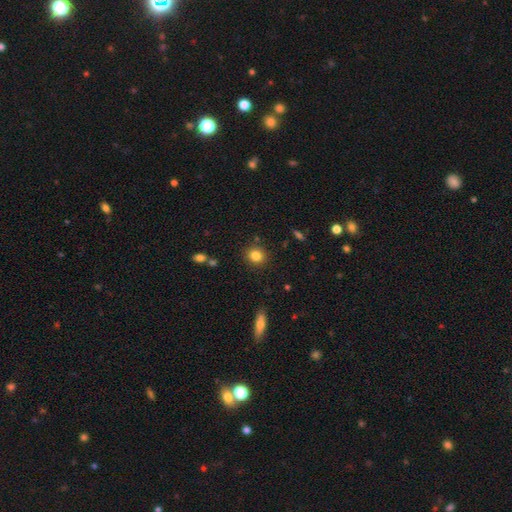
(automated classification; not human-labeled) Smooth or featured?
  - smooth: 83% *
  - star or artifact: 11%
  - featured or disk: 6%
How rounded?
  - round: 80% *
  - in between: 19%
  - cigar-shaped: 1%
Merging?
  - none: 87% *
  - minor disturbance: 8%
  - merger: 3%
  - major disturbance: 3%